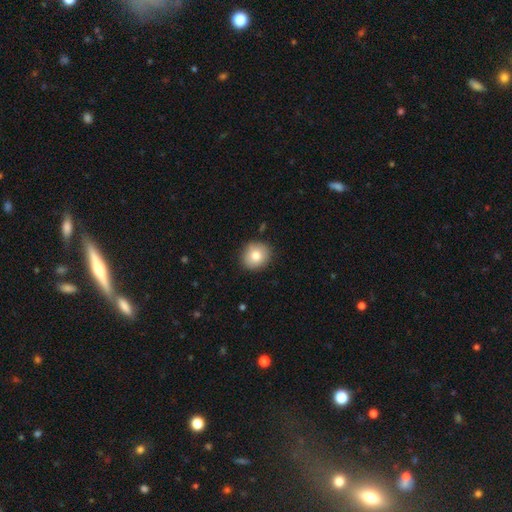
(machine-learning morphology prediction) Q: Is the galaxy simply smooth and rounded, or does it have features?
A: smooth — 81%.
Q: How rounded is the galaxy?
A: round — 84%.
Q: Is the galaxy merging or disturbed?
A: none — 88%.